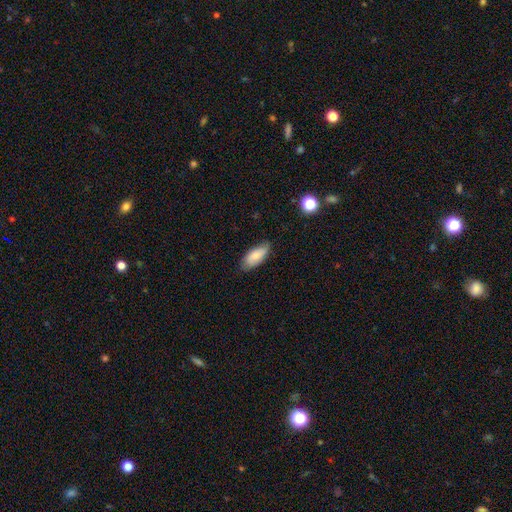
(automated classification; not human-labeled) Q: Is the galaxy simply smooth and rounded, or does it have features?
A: smooth — 76%.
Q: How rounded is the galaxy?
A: in between — 87%.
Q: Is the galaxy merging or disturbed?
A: none — 71%.